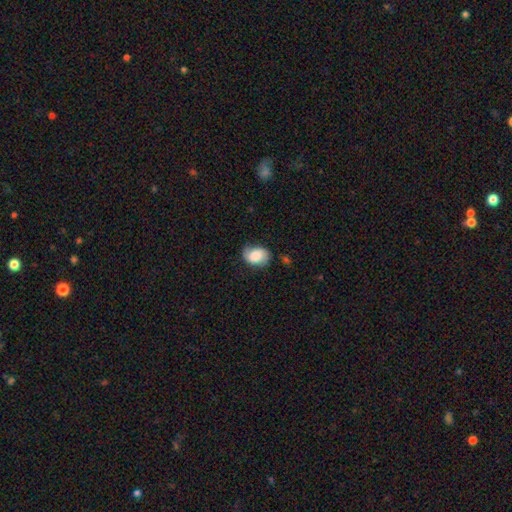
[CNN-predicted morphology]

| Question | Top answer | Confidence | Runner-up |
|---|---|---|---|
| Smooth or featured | smooth | 65% | featured or disk (26%) |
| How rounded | in between | 71% | round (28%) |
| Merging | none | 64% | minor disturbance (27%) |